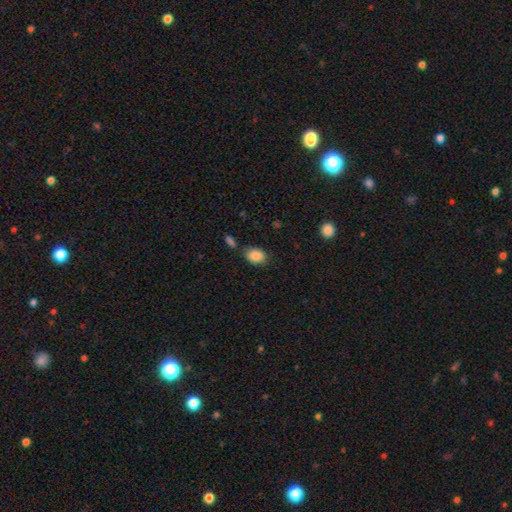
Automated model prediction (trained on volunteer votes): Smooth or featured? smooth (88%)
How rounded? in between (73%)
Merging? none (75%)